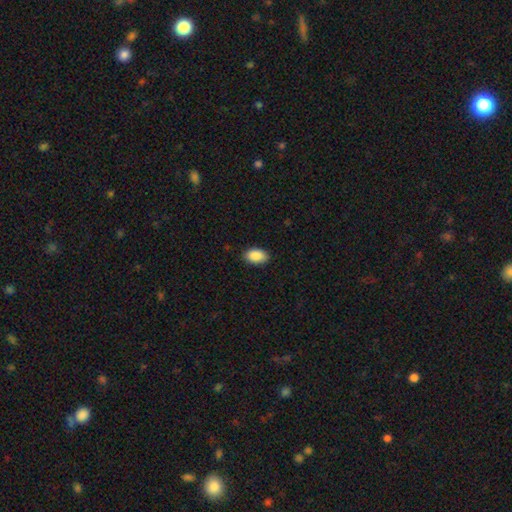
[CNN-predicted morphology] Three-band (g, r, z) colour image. It shows a smooth galaxy with no disk features (90%) that is in between round and cigar-shaped (93%). Merging: none (88%).